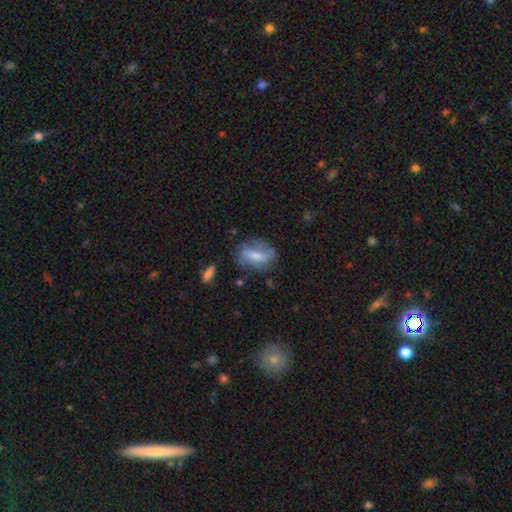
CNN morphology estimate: Smooth or featured? Predicted: featured or disk (p=0.50). Merging? Predicted: none (p=0.65).